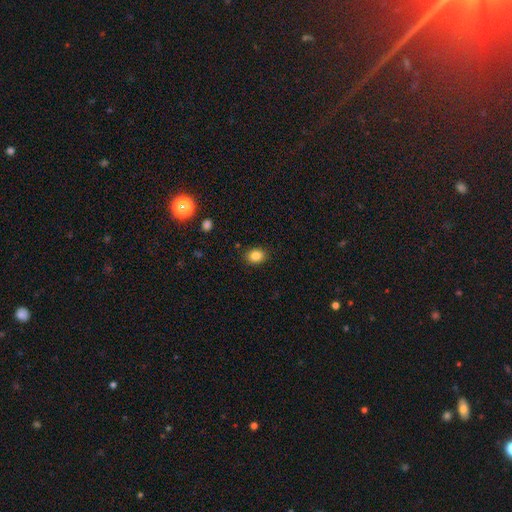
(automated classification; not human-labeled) Smooth or featured: smooth — 85% (star or artifact — 10%)
How rounded: in between — 58% (round — 41%)
Merging: none — 88% (minor disturbance — 8%)